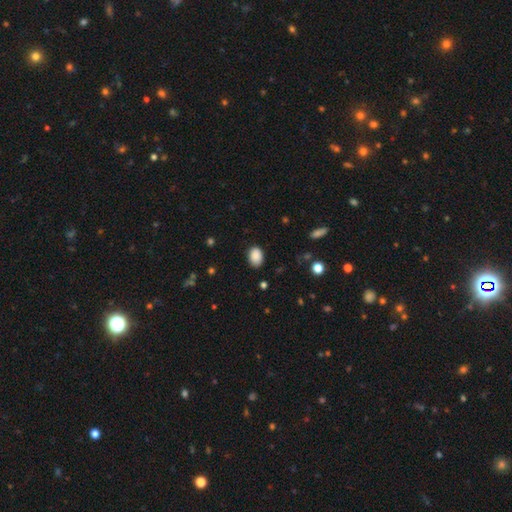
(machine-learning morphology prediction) This appears to be a smooth galaxy with no disk features (89%) that is in between round and cigar-shaped (81%). Merging: none (84%).